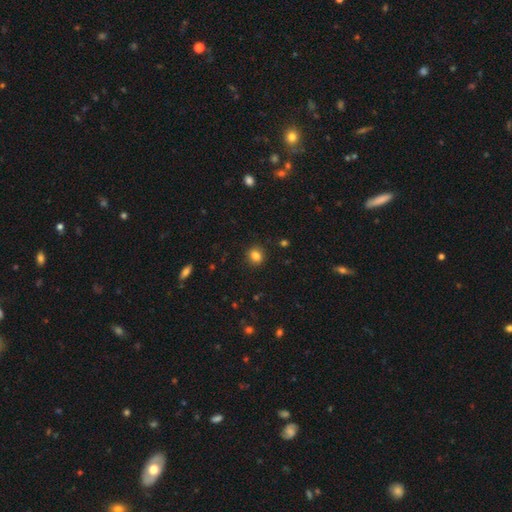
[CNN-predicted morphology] Smooth or featured? smooth (83%)
How rounded? round (68%)
Merging? none (89%)